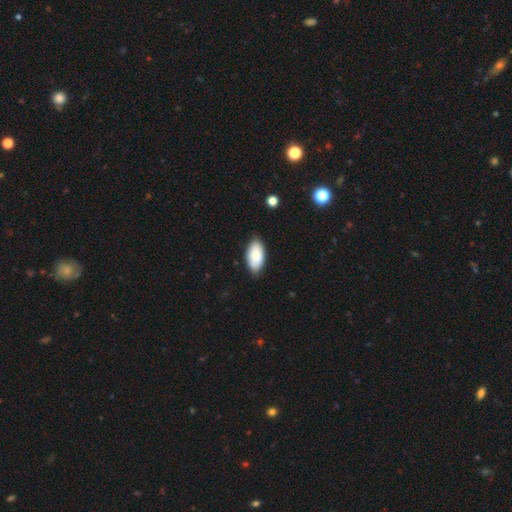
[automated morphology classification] The model was most divided on "merging": none: 83%, minor disturbance: 13%, major disturbance: 2%, merger: 1%. More confident: how rounded — in between (95%); smooth or featured — smooth (84%).